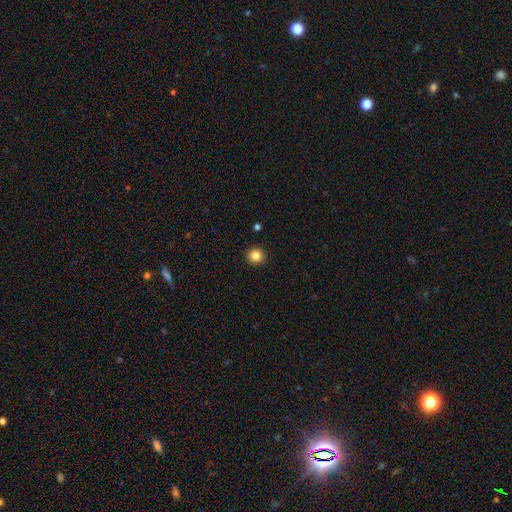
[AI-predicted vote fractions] smooth_or_featured: smooth (p=0.85) [alt: star or artifact p=0.11]
how_rounded: round (p=0.94) [alt: in between p=0.05]
merging: none (p=0.93) [alt: minor disturbance p=0.04]